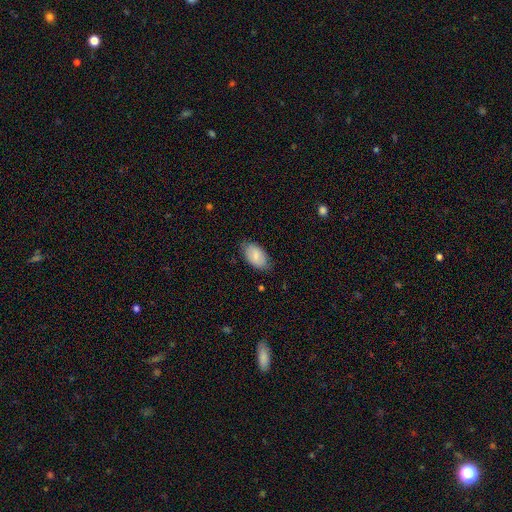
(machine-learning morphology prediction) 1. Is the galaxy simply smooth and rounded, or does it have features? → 79% smooth, 15% featured or disk, 6% star or artifact.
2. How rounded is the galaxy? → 94% in between, 4% round, 2% cigar-shaped.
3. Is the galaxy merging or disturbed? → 77% none, 18% minor disturbance, 3% major disturbance, 1% merger.